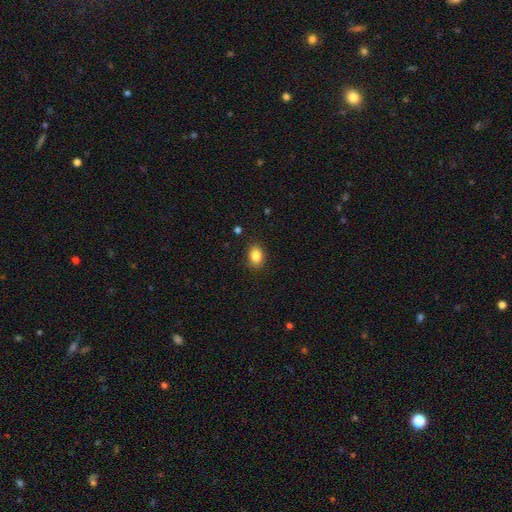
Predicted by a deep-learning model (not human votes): Morphology: type=smooth (85%); roundness=in between (71%); merging=none (88%).